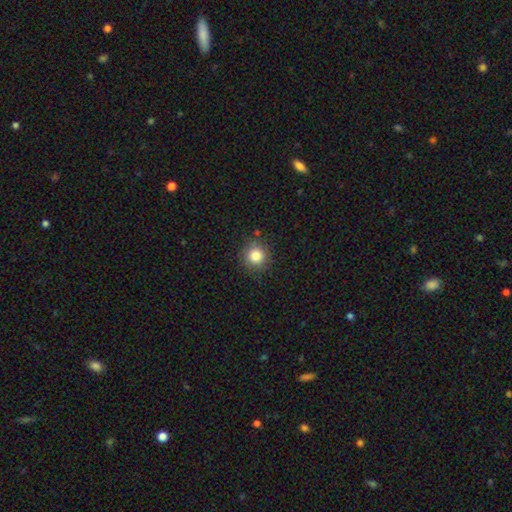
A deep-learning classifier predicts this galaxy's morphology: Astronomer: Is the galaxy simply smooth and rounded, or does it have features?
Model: smooth — 83%.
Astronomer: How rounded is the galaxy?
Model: round — 92%.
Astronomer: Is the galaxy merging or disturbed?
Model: none — 87%.